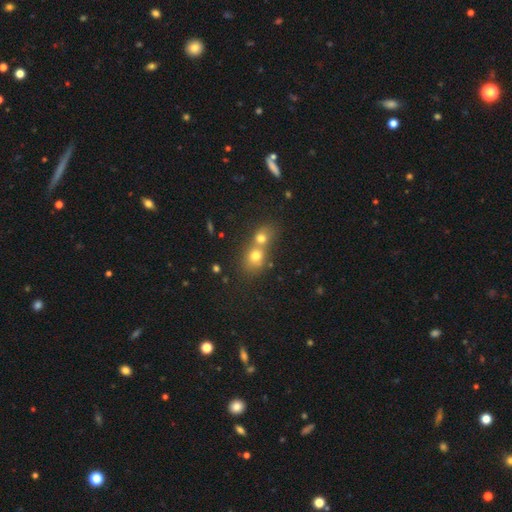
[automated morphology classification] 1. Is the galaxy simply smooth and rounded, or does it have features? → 71% smooth, 16% featured or disk, 13% star or artifact.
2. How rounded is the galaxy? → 66% round, 33% in between, 1% cigar-shaped.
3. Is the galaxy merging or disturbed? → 67% merger, 24% none, 5% minor disturbance, 3% major disturbance.